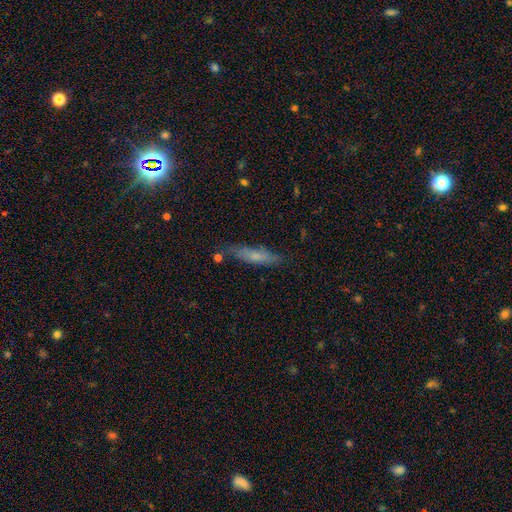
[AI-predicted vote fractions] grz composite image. It shows a smooth galaxy with no disk features (60%) that is cigar-shaped (80%). Merging: none (76%).